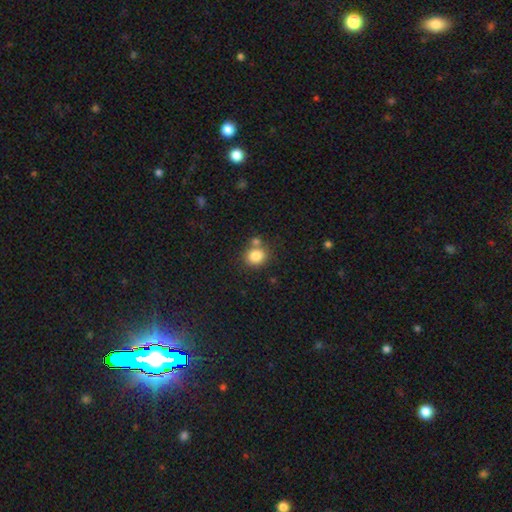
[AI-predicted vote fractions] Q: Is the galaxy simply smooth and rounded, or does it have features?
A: smooth — 84%.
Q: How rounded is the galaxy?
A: round — 72%.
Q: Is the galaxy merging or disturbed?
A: none — 66%.